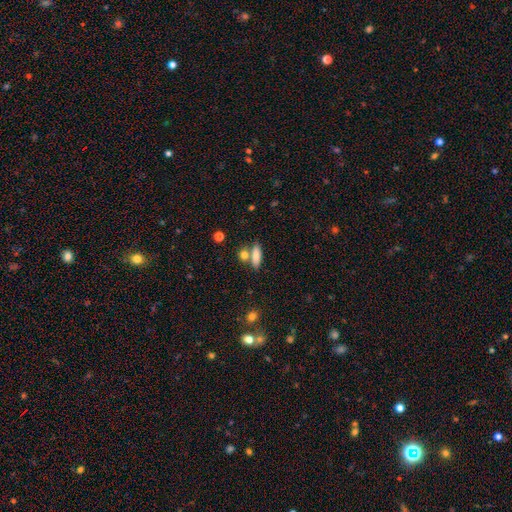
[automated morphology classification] A smooth galaxy with no disk features (81%) that is in between round and cigar-shaped (57%). Merging: none (59%).